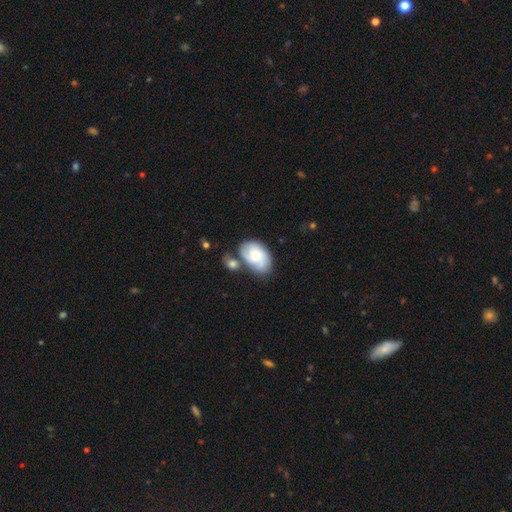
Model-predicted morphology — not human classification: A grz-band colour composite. It shows a smooth galaxy with no disk features (57%) that is in between round and cigar-shaped (88%). Merging: none (47%).